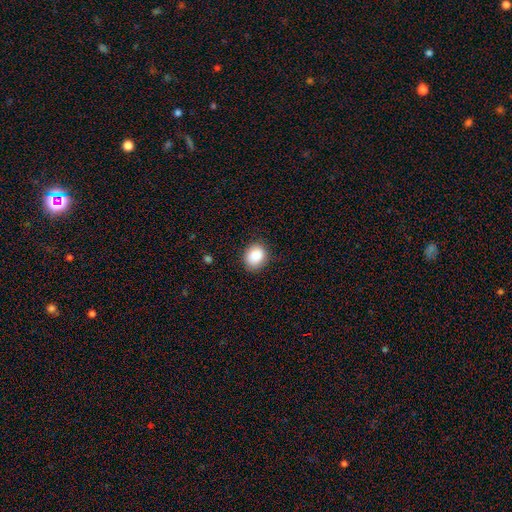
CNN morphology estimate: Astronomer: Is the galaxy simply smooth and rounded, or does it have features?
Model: smooth — 88%.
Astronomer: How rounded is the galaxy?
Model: round — 56% (runner-up: in between, 44%).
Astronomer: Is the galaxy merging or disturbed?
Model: none — 83%.